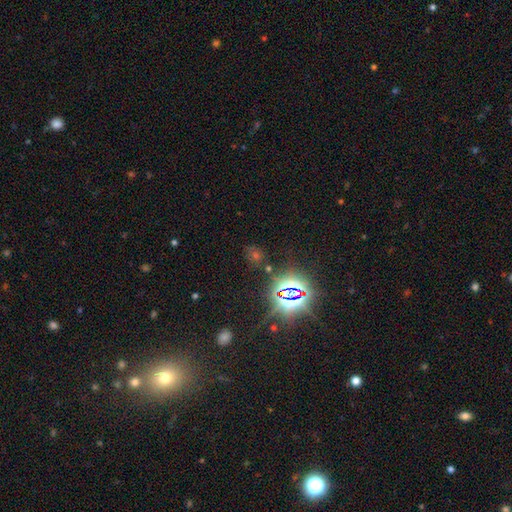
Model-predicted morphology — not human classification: smooth-or-featured: star or artifact: 77% | smooth: 15% | featured or disk: 8%